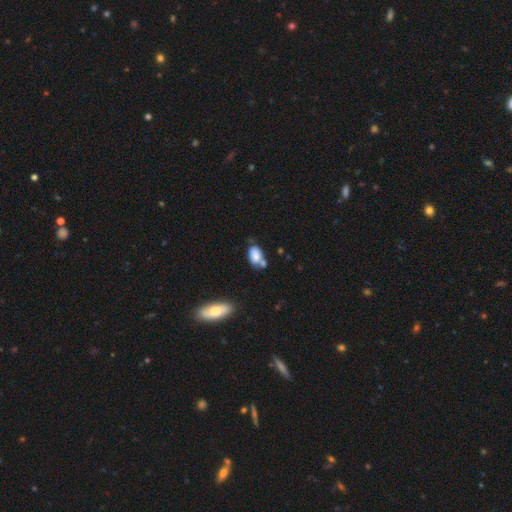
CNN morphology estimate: This is likely a smooth galaxy (80%). How rounded: clearly in between (90%). Merging: possibly none (46%).